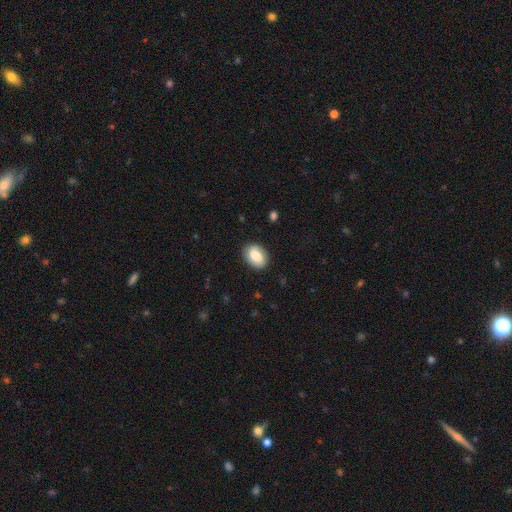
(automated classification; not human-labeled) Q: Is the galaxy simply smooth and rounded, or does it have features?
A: smooth — 78%.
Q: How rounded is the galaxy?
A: in between — 82%.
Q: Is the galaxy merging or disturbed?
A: none — 85%.